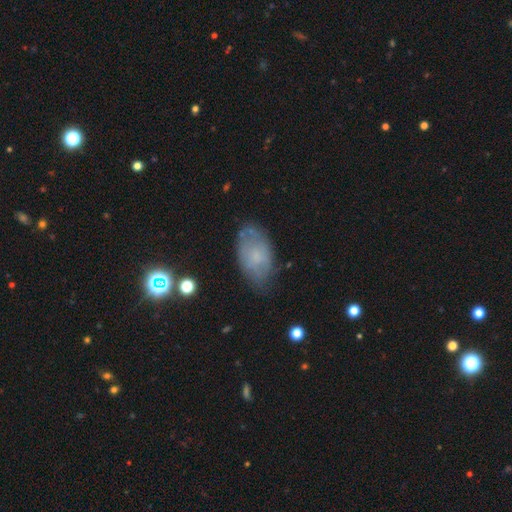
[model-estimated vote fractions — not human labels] Smooth or featured? Predicted: smooth (p=0.52). How rounded? Predicted: in between (p=0.92). Merging? Predicted: none (p=0.66).